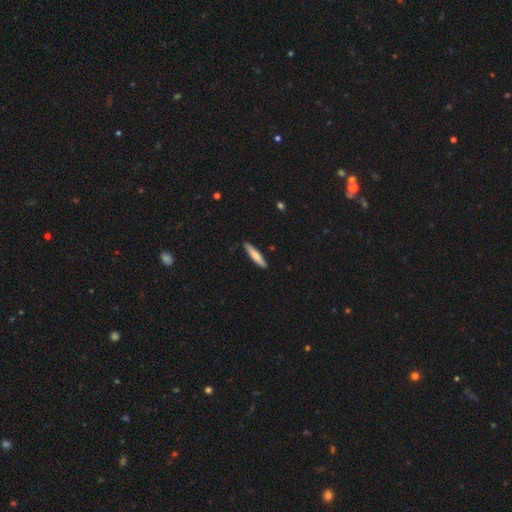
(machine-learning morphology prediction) A smooth galaxy with no disk features (70%) that is cigar-shaped (87%).

Vote fractions:
- Smooth or featured? smooth: 70% / featured or disk: 25% / star or artifact: 5%
- How rounded? cigar-shaped: 87% / in between: 11% / round: 1%
- Merging? none: 90% / minor disturbance: 8% / major disturbance: 1% / merger: 1%